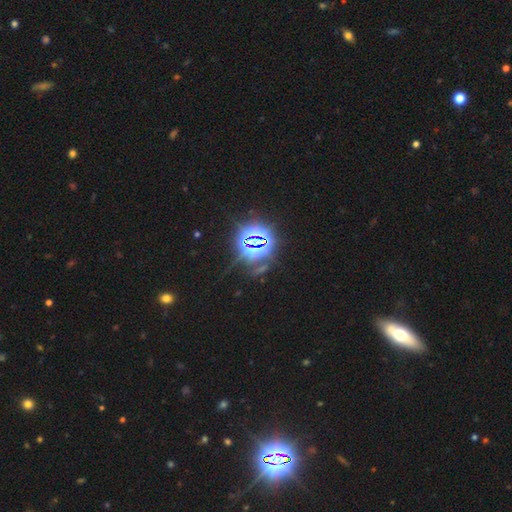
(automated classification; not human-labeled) Smooth or featured?
  - star or artifact: 81% *
  - smooth: 11%
  - featured or disk: 8%